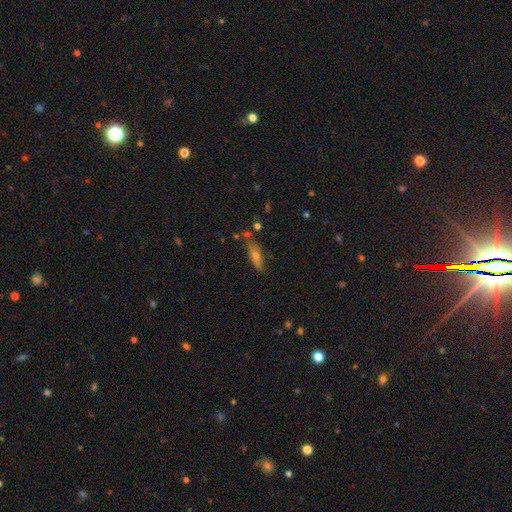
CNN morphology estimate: Overall: smooth (54%; featured or disk 34%). How rounded: cigar-shaped (59%; in between 37%). Merging: none (73%).